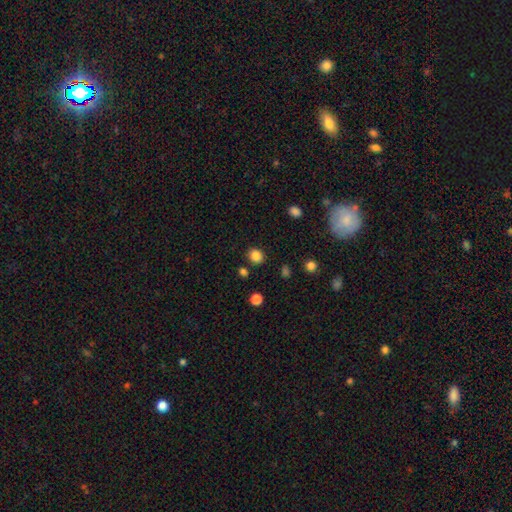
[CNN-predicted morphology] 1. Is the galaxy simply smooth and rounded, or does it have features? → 85% smooth, 11% star or artifact, 4% featured or disk.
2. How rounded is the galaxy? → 71% round, 29% in between, 1% cigar-shaped.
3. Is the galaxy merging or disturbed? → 85% none, 8% minor disturbance, 4% merger, 3% major disturbance.